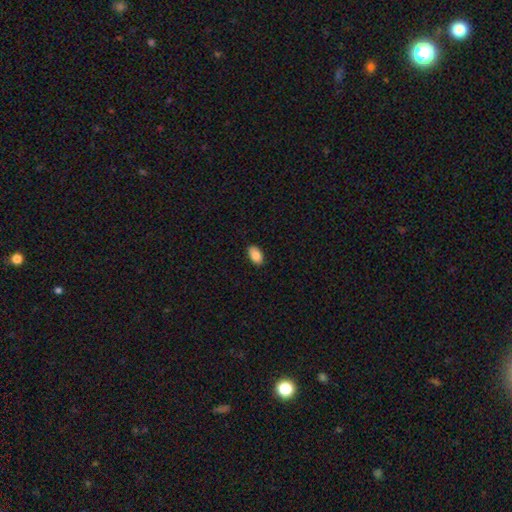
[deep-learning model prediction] smooth-or-featured: smooth: 86% | star or artifact: 7% | featured or disk: 7%
  how-rounded: in between: 94% | round: 4% | cigar-shaped: 2%
  merging: none: 88% | minor disturbance: 9% | major disturbance: 2% | merger: 1%